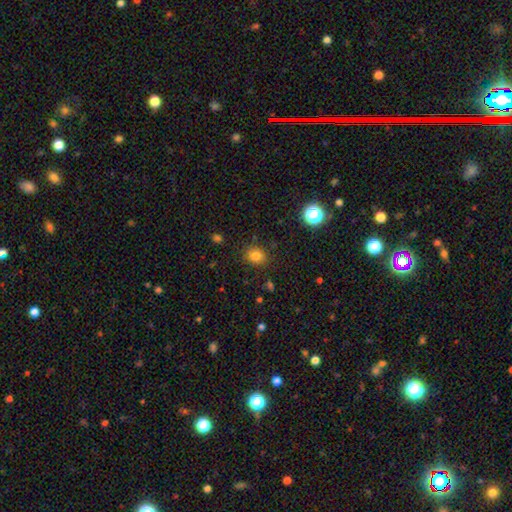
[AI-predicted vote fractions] smooth_or_featured: smooth (p=0.80) [alt: star or artifact p=0.14]
how_rounded: round (p=0.66) [alt: in between p=0.33]
merging: none (p=0.83) [alt: minor disturbance p=0.11]